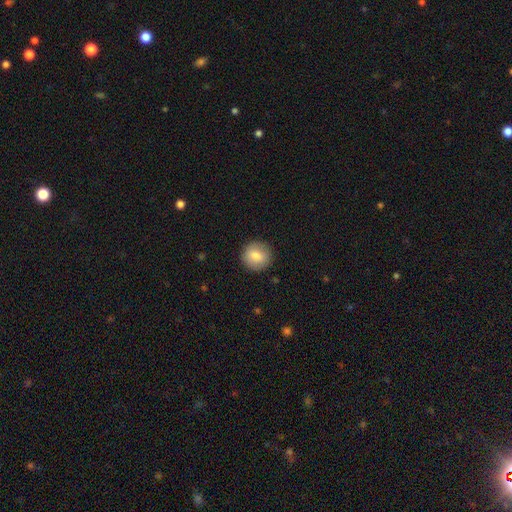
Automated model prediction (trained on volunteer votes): A smooth galaxy with no disk features (82%) that is round (93%).

Vote fractions:
- Smooth or featured? smooth: 82% / featured or disk: 11% / star or artifact: 8%
- How rounded? round: 93% / in between: 6% / cigar-shaped: 1%
- Merging? none: 90% / minor disturbance: 7% / major disturbance: 2% / merger: 1%